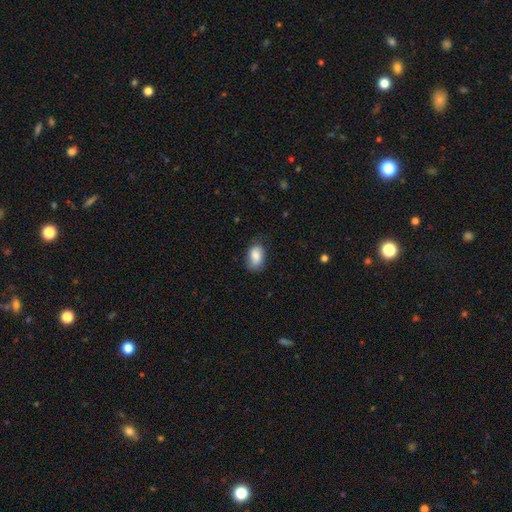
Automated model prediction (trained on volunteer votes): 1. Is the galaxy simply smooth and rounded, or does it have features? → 83% smooth, 10% featured or disk, 7% star or artifact.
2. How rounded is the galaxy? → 87% in between, 12% round, 1% cigar-shaped.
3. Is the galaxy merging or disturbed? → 69% none, 24% minor disturbance, 5% major disturbance, 1% merger.